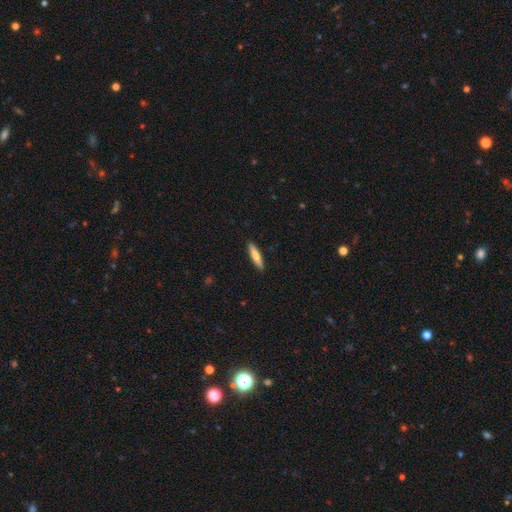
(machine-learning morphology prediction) Overall: smooth (68%). How rounded: cigar-shaped (86%). Merging: none (91%).